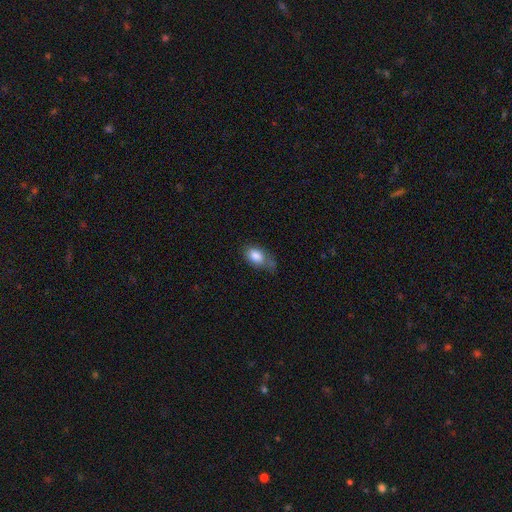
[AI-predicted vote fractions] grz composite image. It shows a smooth galaxy with no disk features (84%) that is in between round and cigar-shaped (85%). Merging: none (47%).